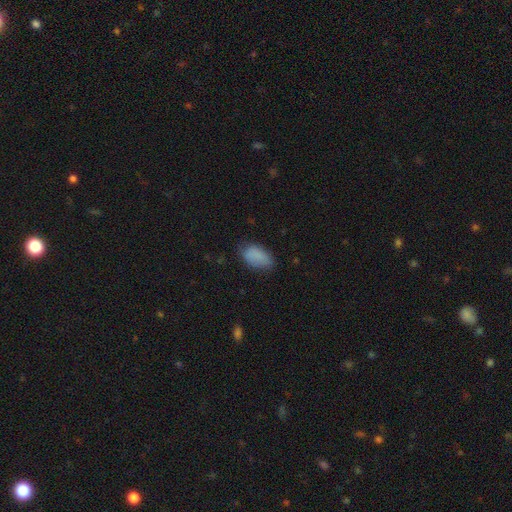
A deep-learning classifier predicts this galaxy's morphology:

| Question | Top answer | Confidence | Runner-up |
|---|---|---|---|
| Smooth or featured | smooth | 85% | star or artifact (8%) |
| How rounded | in between | 93% | round (5%) |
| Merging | none | 64% | minor disturbance (28%) |